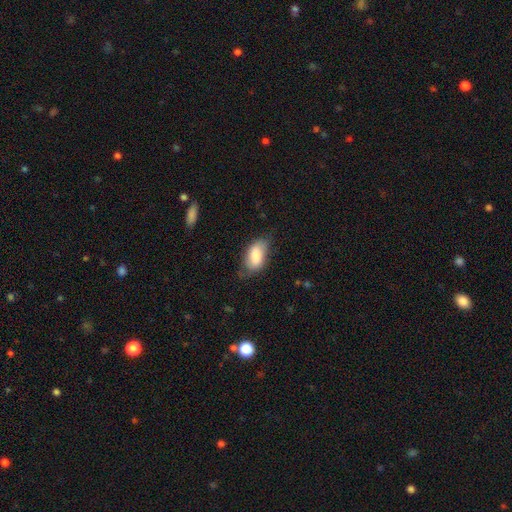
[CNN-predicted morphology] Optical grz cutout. It shows a smooth galaxy with no disk features (80%) that is in between round and cigar-shaped (93%). Merging: none (57%).